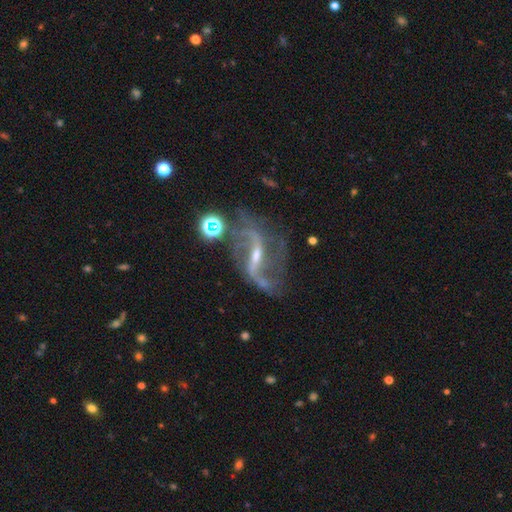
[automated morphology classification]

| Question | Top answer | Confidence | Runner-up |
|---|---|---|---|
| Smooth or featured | featured or disk | 87% | star or artifact (8%) |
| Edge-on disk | no | 94% | yes (6%) |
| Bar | strong | 51% | weak (35%) |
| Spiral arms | yes | 94% | no (6%) |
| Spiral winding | loose | 75% | medium (19%) |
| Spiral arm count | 2 | 86% | can't tell (4%) |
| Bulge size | small | 65% | moderate (28%) |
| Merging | none | 55% | minor disturbance (19%) |